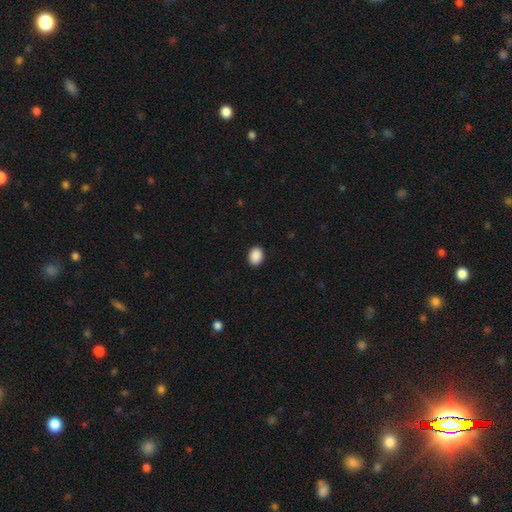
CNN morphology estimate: type=smooth (90%); roundness=in between (62%); merging=none (91%).